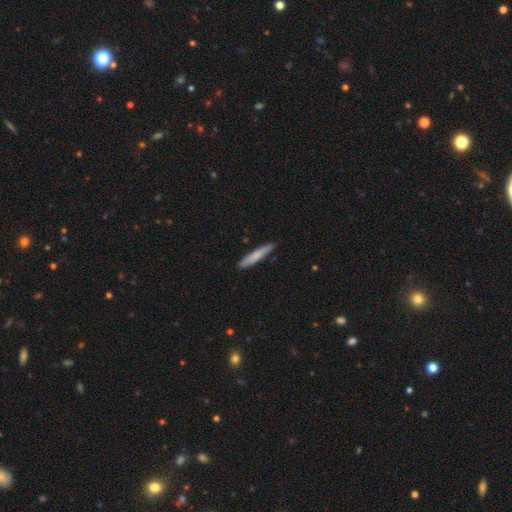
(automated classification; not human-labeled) Morphology: type=smooth (73%); roundness=cigar-shaped (93%); merging=none (89%).